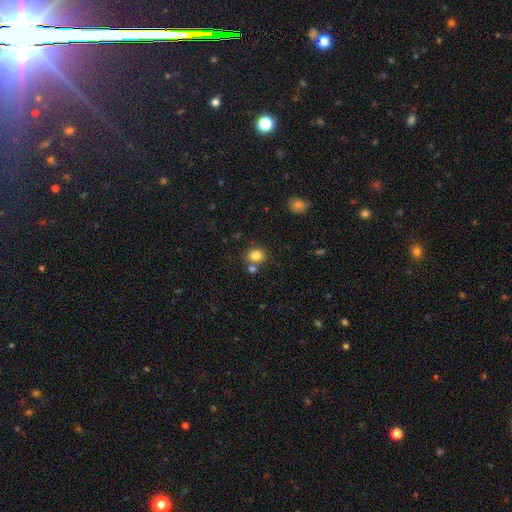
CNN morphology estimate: This is clearly a smooth galaxy (83%). How rounded: possibly round (55%). Merging: likely none (67%).